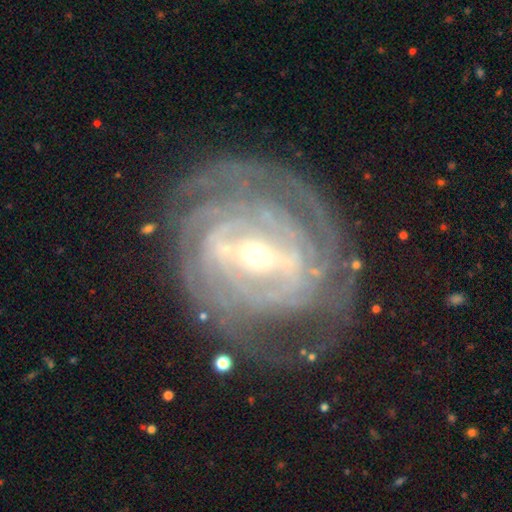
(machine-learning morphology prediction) A featured or disk galaxy (88%) with a strong bar (54%), tight (76%) spiral arms (94%) and a small central bulge (64%).

Vote fractions:
- Smooth or featured? featured or disk: 88% / smooth: 6% / star or artifact: 6%
- Edge-on disk? no: 96% / yes: 4%
- Bar? strong: 54% / weak: 33% / no: 12%
- Spiral arms? yes: 94% / no: 6%
- Spiral winding? tight: 76% / medium: 19% / loose: 4%
- Spiral arm count? can't tell: 34% / 4: 18% / 2: 16% / 3: 13% / more than 4: 12% / 1: 6%
- Bulge size? small: 64% / moderate: 31% / large: 2% / none: 1% / dominant: 1%
- Merging? none: 74% / minor disturbance: 16% / major disturbance: 9% / merger: 1%